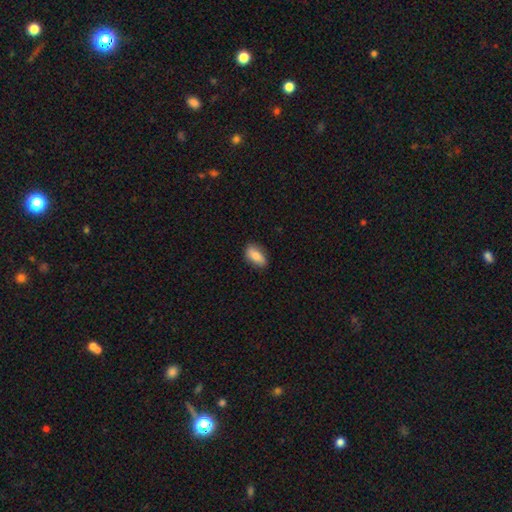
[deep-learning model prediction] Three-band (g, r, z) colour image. It shows a smooth galaxy with no disk features (82%) that is in between round and cigar-shaped (88%). Merging: none (82%).